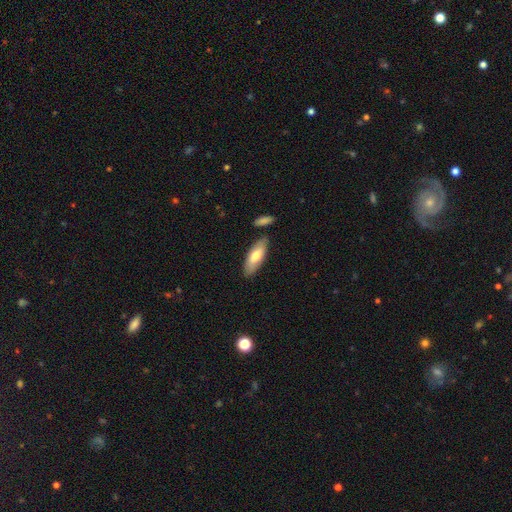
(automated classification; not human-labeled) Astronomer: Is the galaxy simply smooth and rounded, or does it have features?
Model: smooth — 70%.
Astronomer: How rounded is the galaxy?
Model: in between — 70%.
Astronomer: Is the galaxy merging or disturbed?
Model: none — 81%.